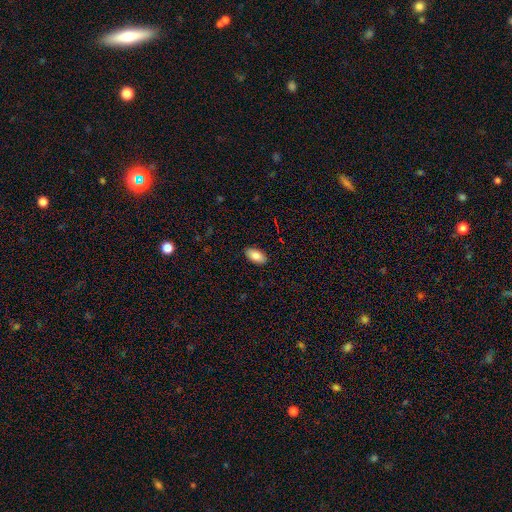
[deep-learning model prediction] Smooth or featured?
  - smooth: 85% *
  - featured or disk: 8%
  - star or artifact: 7%
How rounded?
  - in between: 94% *
  - round: 3%
  - cigar-shaped: 3%
Merging?
  - none: 89% *
  - minor disturbance: 8%
  - major disturbance: 2%
  - merger: 1%